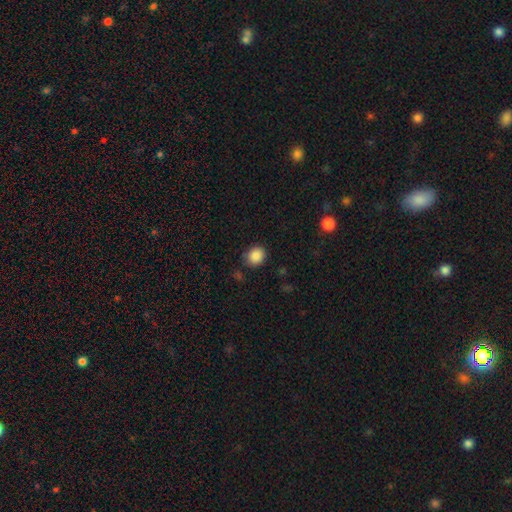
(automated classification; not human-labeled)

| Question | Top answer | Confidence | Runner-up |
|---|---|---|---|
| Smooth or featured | smooth | 88% | star or artifact (9%) |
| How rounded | round | 70% | in between (30%) |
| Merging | none | 80% | minor disturbance (14%) |